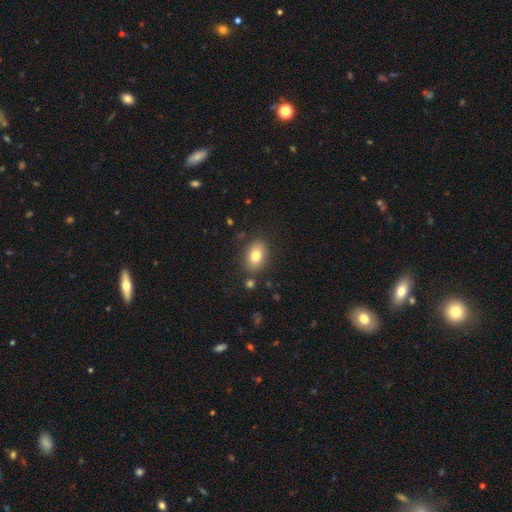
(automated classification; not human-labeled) Overall: smooth (79%). How rounded: in between (78%). Merging: none (84%).